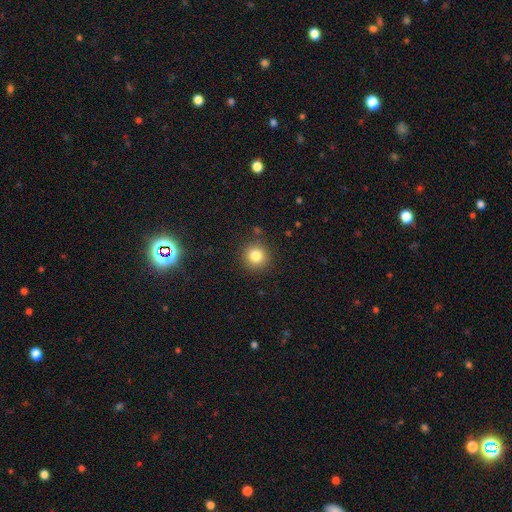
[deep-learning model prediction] Smooth or featured: smooth — 81% (star or artifact — 12%)
How rounded: round — 93% (in between — 6%)
Merging: none — 88% (minor disturbance — 7%)